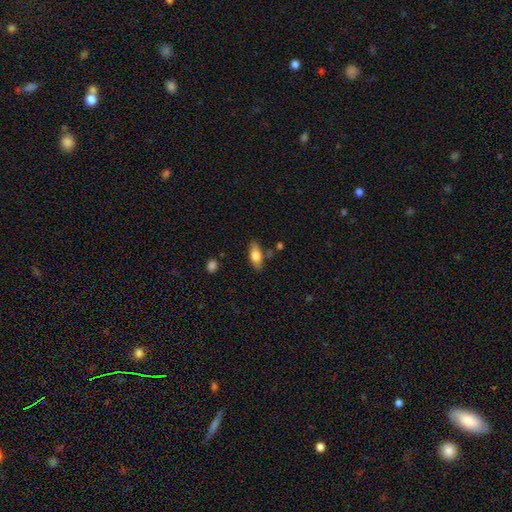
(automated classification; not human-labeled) Morphology: type=smooth (74%); roundness=in between (78%); merging=none (78%).